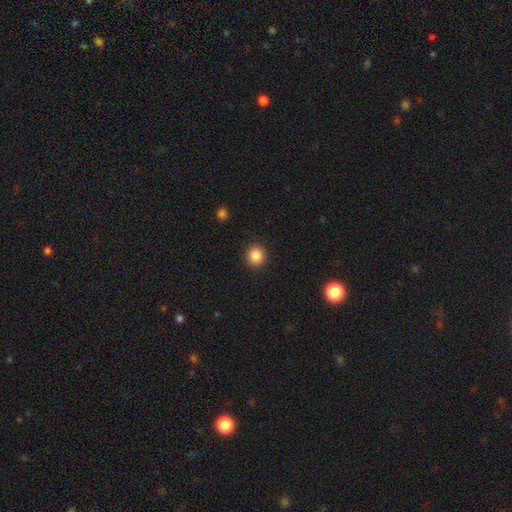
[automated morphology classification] Smooth or featured: smooth — 86% (star or artifact — 10%)
How rounded: round — 87% (in between — 12%)
Merging: none — 91% (minor disturbance — 6%)